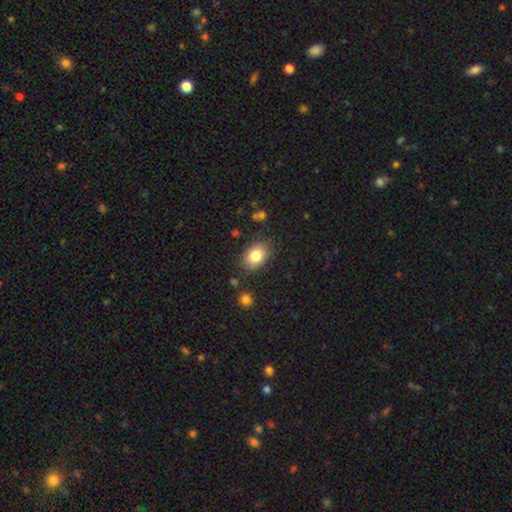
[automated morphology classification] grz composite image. It shows a smooth galaxy with no disk features (83%) that is in between round and cigar-shaped (75%). Merging: none (83%).